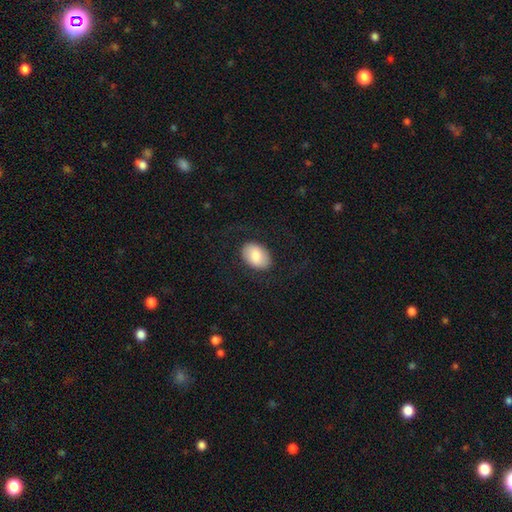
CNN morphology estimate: This is likely a smooth galaxy (80%). How rounded: clearly in between (86%). Merging: clearly none (81%).